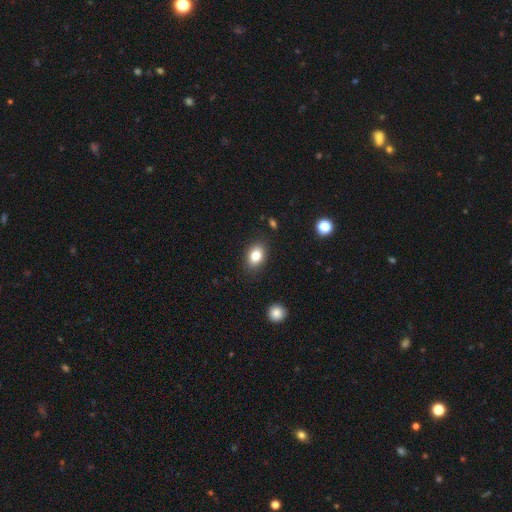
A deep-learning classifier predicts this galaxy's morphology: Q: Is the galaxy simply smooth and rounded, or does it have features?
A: smooth — 81%.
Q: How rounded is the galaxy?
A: in between — 75%.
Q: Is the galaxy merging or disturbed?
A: none — 87%.